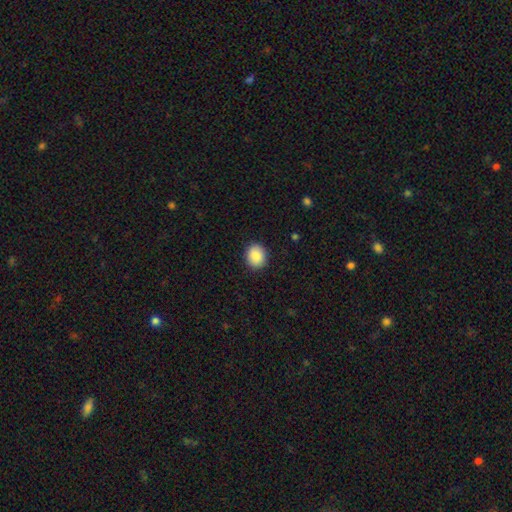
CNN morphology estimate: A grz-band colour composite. It shows a smooth galaxy with no disk features (89%) that is round (67%). Merging: none (90%).